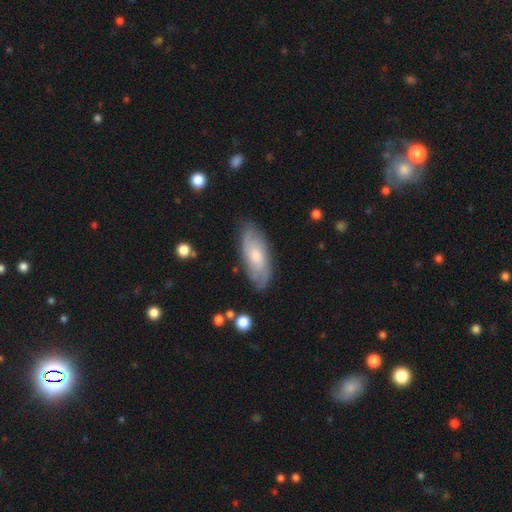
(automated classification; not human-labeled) A featured or disk galaxy (57%). Merging: none (77%).